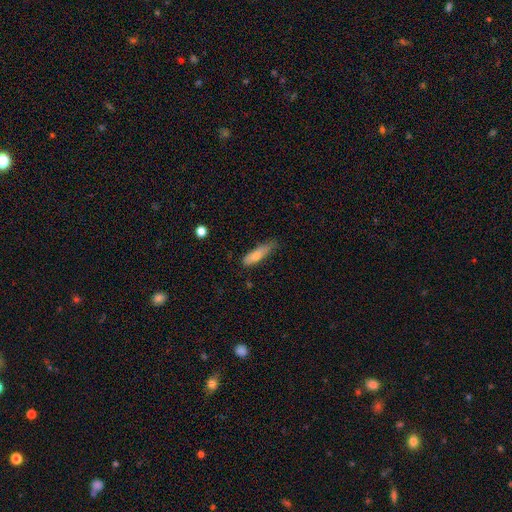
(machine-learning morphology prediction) This appears to be a smooth galaxy with no disk features (70%) that is cigar-shaped (68%). Merging: none (61%).